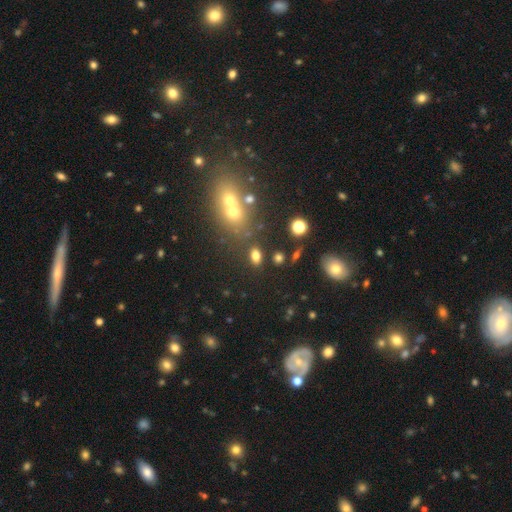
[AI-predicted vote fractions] Q: Smooth or featured?
A: smooth (75%); runner-up: star or artifact (16%)
Q: How rounded?
A: in between (80%); runner-up: round (17%)
Q: Merging?
A: none (74%); runner-up: minor disturbance (11%)